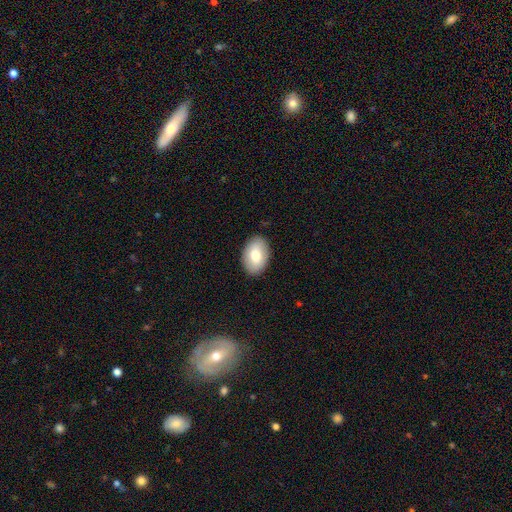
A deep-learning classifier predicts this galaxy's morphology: smooth_or_featured: smooth (p=0.76) [alt: featured or disk p=0.17]
how_rounded: in between (p=0.88) [alt: round p=0.11]
merging: none (p=0.88) [alt: minor disturbance p=0.09]